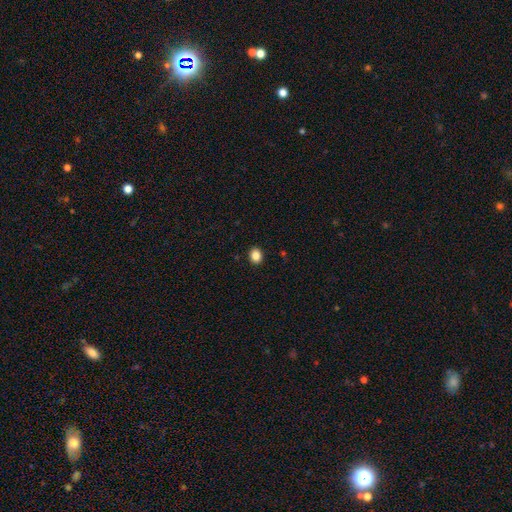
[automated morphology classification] The model was most divided on "how rounded": round: 61%, in between: 38%, cigar-shaped: 1%. More confident: merging — none (92%); smooth or featured — smooth (86%).